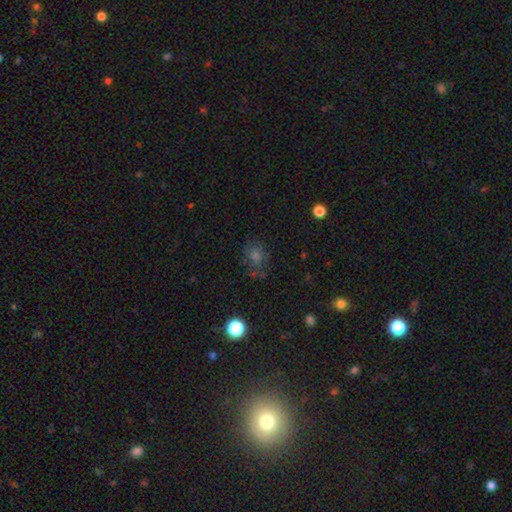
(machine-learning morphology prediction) The model was most divided on "how rounded": round: 63%, in between: 36%, cigar-shaped: 1%. More confident: merging — none (69%); smooth or featured — smooth (58%).